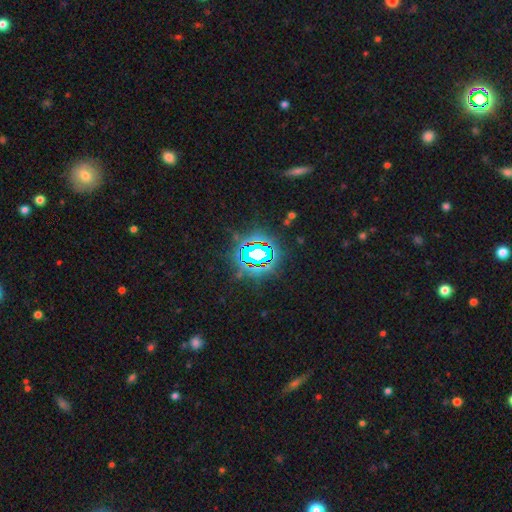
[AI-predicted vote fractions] star or artifact 74%, smooth 13%, featured or disk 12%.